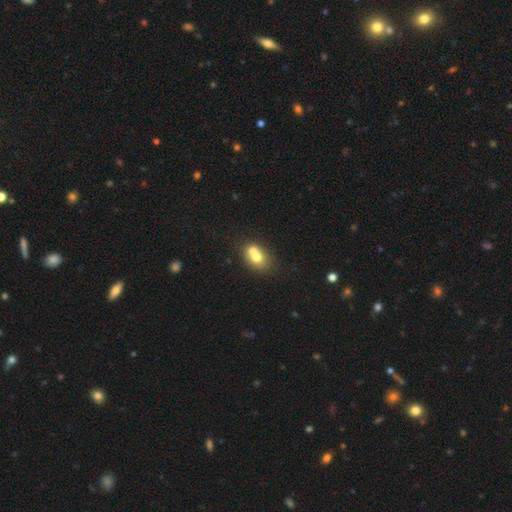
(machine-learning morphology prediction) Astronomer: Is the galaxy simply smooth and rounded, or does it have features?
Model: smooth — 67%.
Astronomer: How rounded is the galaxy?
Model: in between — 51% (runner-up: round, 48%).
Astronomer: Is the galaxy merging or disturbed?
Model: merger — 59%.